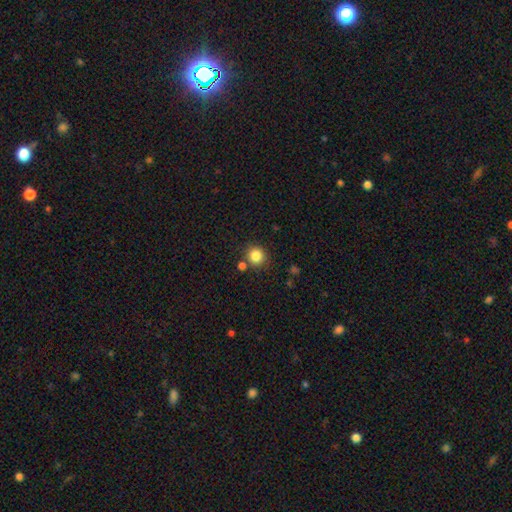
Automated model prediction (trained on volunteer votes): Morphology: type=smooth (85%); roundness=round (92%); merging=none (82%).